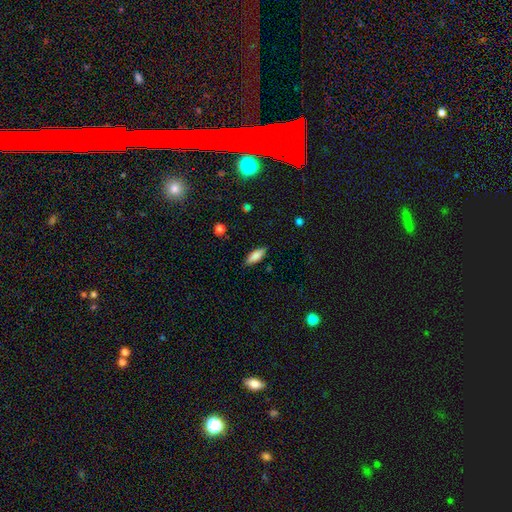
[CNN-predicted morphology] This is clearly a smooth galaxy (84%). How rounded: likely in between (72%). Merging: clearly none (85%).